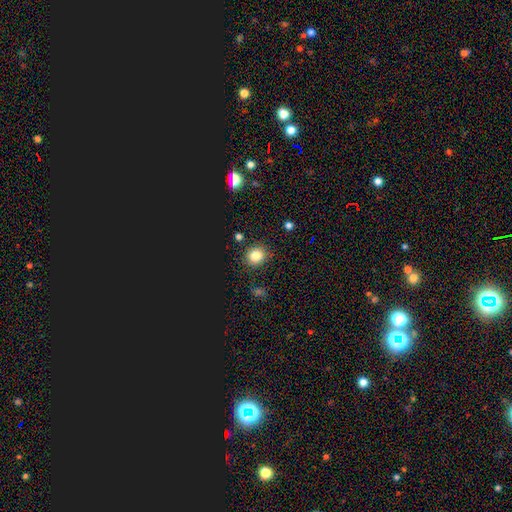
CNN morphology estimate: smooth 80%, star or artifact 15%, featured or disk 6%. Down the decision tree: how rounded — round (77%); merging — none (86%).